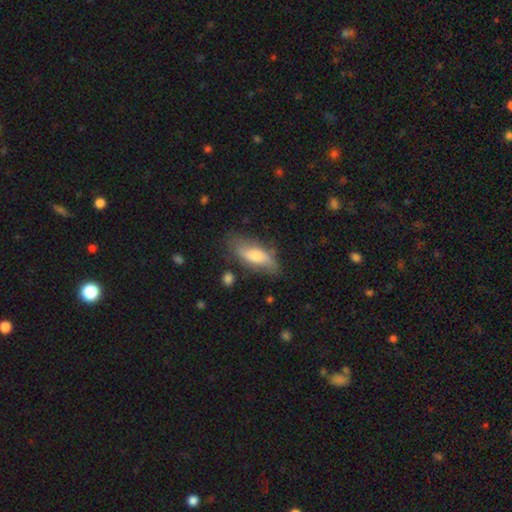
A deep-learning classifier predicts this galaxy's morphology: Smooth or featured: smooth — 56% (featured or disk — 38%)
How rounded: in between — 70% (cigar-shaped — 26%)
Merging: none — 64% (minor disturbance — 25%)